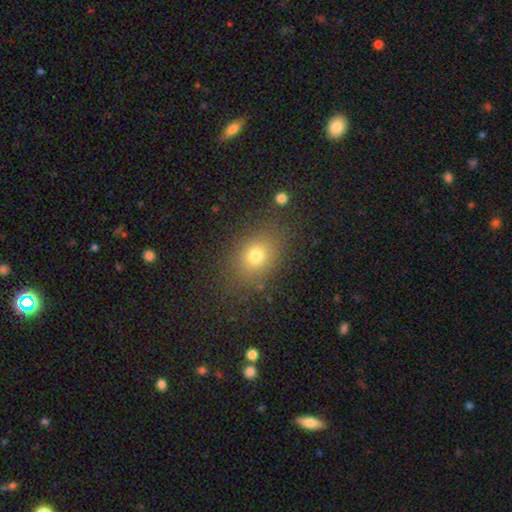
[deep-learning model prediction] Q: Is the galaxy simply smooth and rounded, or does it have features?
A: smooth — 74%.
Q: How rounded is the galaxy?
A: in between — 59%.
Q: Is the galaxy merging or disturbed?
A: none — 80%.